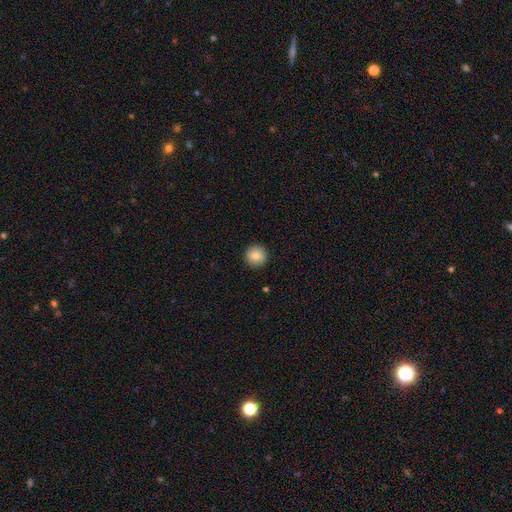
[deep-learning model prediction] Smooth or featured? smooth (84%)
How rounded? round (95%)
Merging? none (93%)